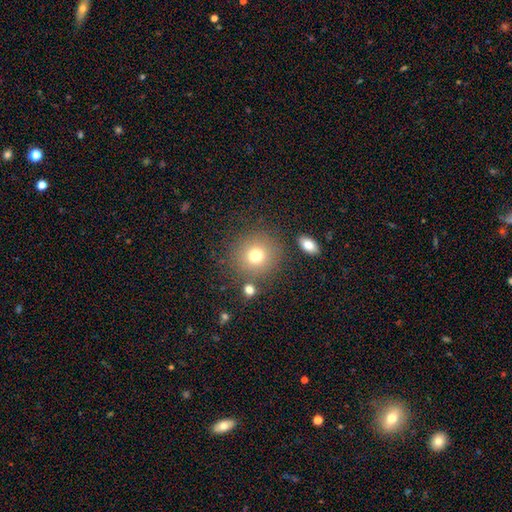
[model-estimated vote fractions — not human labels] Morphology: type=smooth (75%); roundness=round (90%); merging=none (81%).